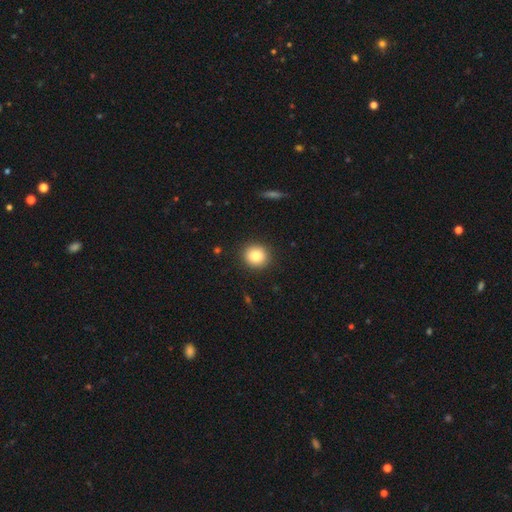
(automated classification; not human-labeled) Smooth or featured?
  - smooth: 85% *
  - star or artifact: 9%
  - featured or disk: 6%
How rounded?
  - round: 86% *
  - in between: 13%
  - cigar-shaped: 1%
Merging?
  - none: 91% *
  - minor disturbance: 6%
  - major disturbance: 2%
  - merger: 1%